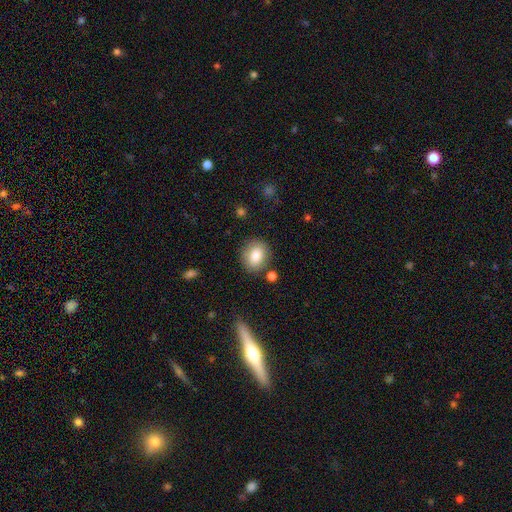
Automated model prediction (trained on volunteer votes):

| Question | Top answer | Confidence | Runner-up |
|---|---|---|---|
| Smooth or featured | smooth | 83% | featured or disk (9%) |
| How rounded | round | 58% | in between (41%) |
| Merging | none | 83% | minor disturbance (10%) |